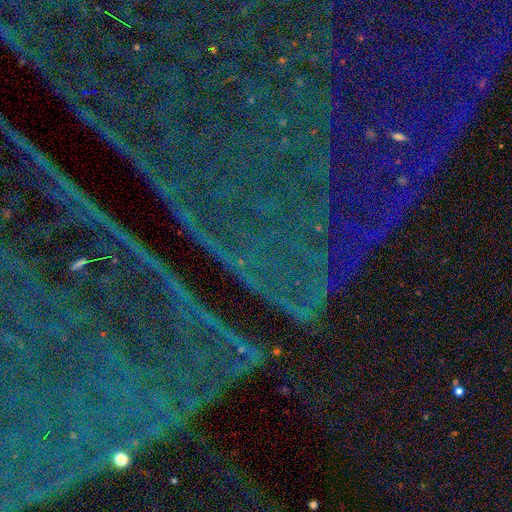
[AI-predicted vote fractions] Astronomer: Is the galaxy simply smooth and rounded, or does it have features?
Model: star or artifact — 86%.